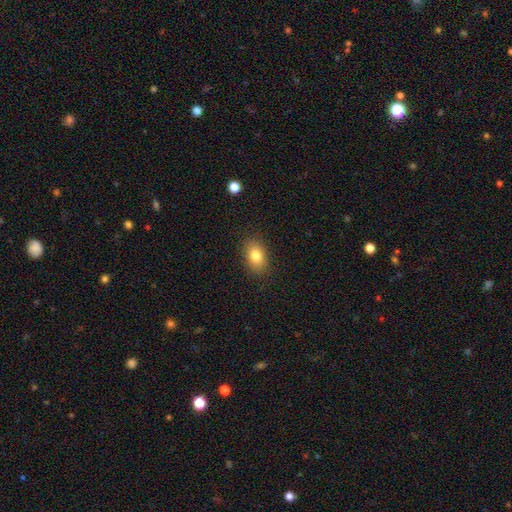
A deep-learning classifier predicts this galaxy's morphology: smooth 81%, featured or disk 10%, star or artifact 9%. Down the decision tree: how rounded — in between (84%); merging — none (87%).